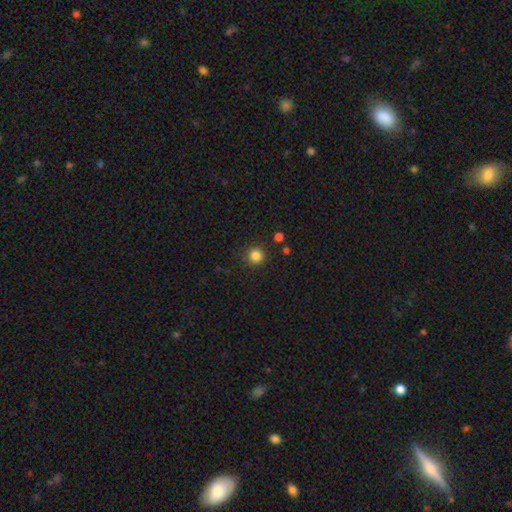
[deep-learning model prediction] smooth 84%, star or artifact 12%, featured or disk 4%. Down the decision tree: how rounded — round (95%); merging — none (90%).